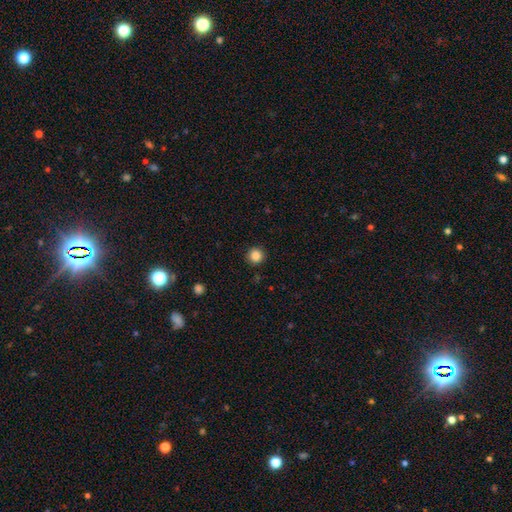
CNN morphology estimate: A smooth galaxy with no disk features (85%) that is round (95%). Merging: none (92%).